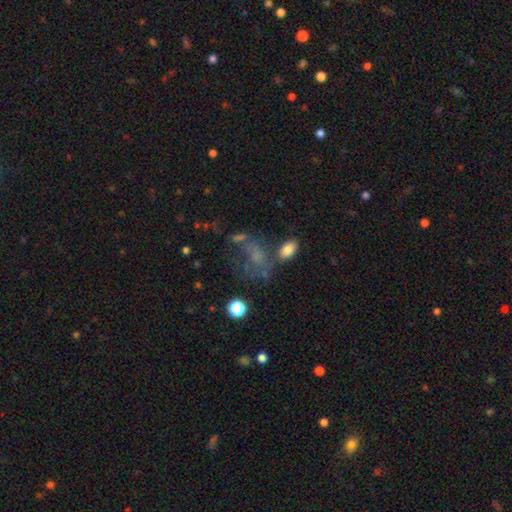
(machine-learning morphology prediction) smooth 38%, featured or disk 33%, star or artifact 29%. Down the decision tree: merging — none (32%, tied with major disturbance).